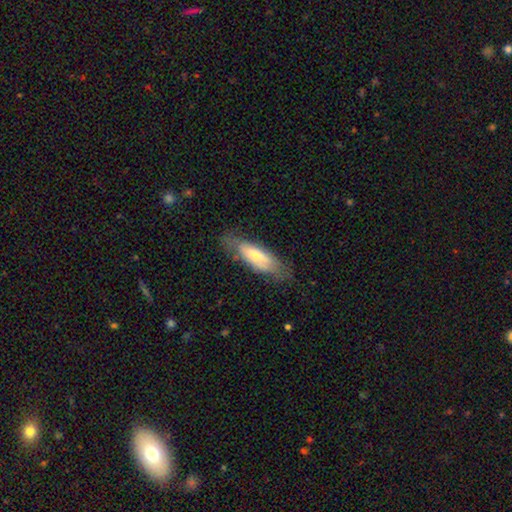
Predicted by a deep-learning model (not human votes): Morphology: type=smooth (54%); roundness=in between (51%); merging=none (69%).